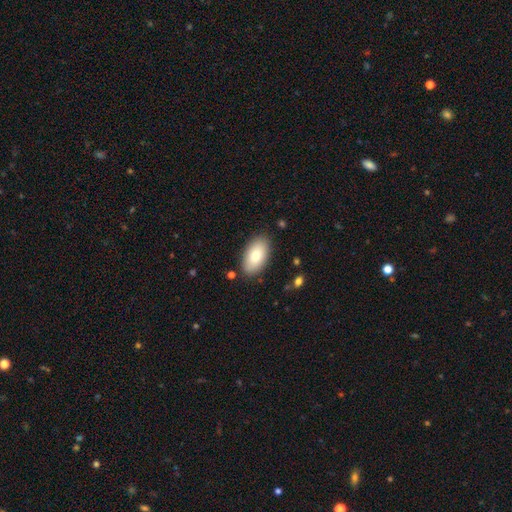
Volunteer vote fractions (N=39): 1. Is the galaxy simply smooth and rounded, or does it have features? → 85% smooth, 13% featured or disk, 3% star or artifact.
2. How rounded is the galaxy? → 88% in between, 9% round, 3% cigar-shaped.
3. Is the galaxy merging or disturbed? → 82% none, 18% minor disturbance, 0% major disturbance, 0% merger.